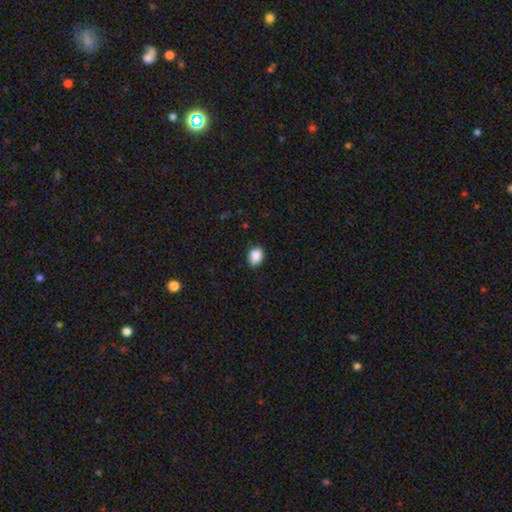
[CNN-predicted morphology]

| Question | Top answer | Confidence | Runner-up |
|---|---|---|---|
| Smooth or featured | smooth | 89% | star or artifact (8%) |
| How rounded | in between | 72% | round (27%) |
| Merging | none | 81% | minor disturbance (15%) |